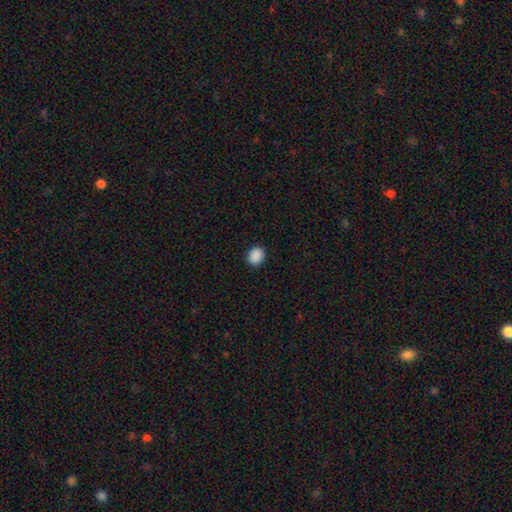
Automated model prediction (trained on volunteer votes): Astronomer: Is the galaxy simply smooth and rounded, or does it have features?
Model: smooth — 89%.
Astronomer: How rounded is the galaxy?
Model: round — 55% (runner-up: in between, 44%).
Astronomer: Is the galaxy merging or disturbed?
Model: none — 90%.